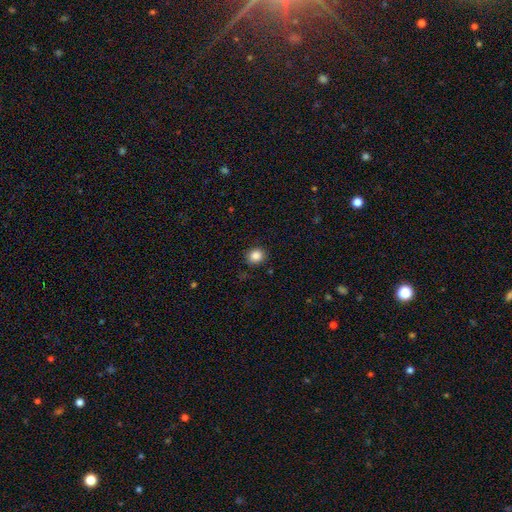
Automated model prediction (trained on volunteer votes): smooth-or-featured: smooth: 86% | star or artifact: 10% | featured or disk: 4%
  how-rounded: round: 77% | in between: 23% | cigar-shaped: 1%
  merging: none: 88% | minor disturbance: 8% | major disturbance: 2% | merger: 1%